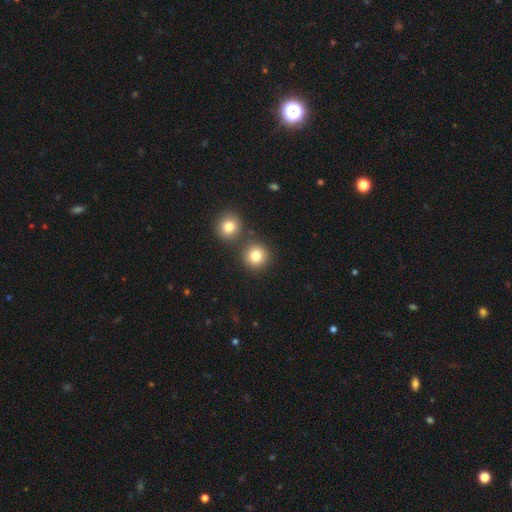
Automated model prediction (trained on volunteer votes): Morphology: type=smooth (81%); roundness=round (93%); merging=none (78%).